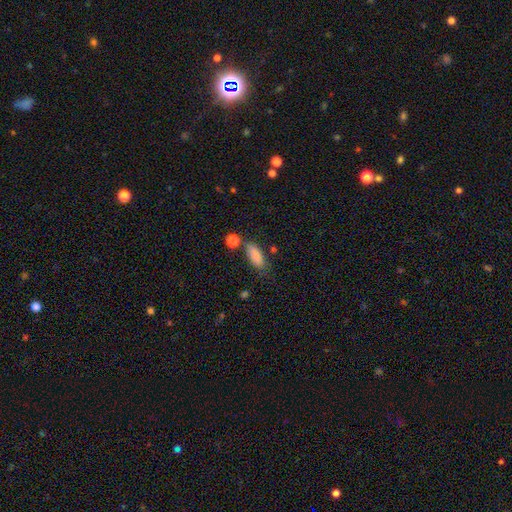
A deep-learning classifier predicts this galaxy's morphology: This appears to be a smooth galaxy with no disk features (86%) that is in between round and cigar-shaped (75%). Merging: none (65%).